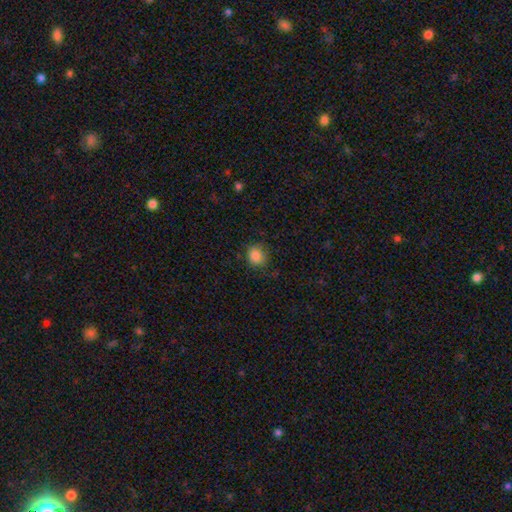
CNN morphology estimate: Smooth or featured? smooth (86%)
How rounded? round (80%)
Merging? none (75%)